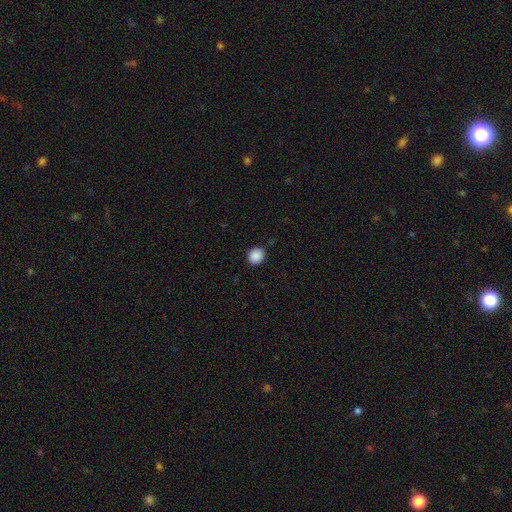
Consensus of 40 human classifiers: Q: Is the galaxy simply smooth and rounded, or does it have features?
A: smooth — 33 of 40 (82%).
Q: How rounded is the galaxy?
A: round — 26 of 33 (79%).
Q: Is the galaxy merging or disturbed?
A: none — 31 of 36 (86%).